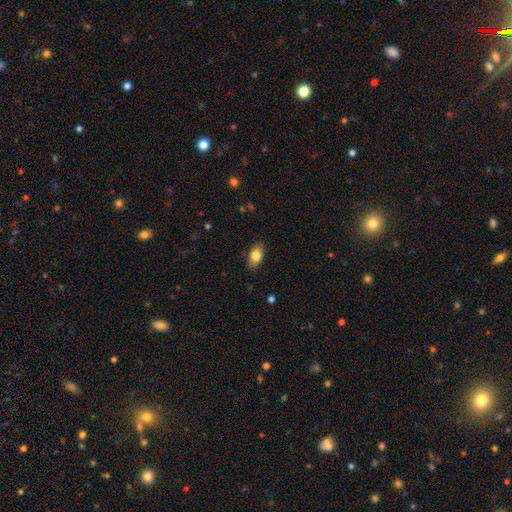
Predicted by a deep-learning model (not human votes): Morphology: type=smooth (81%); roundness=in between (89%); merging=none (85%).